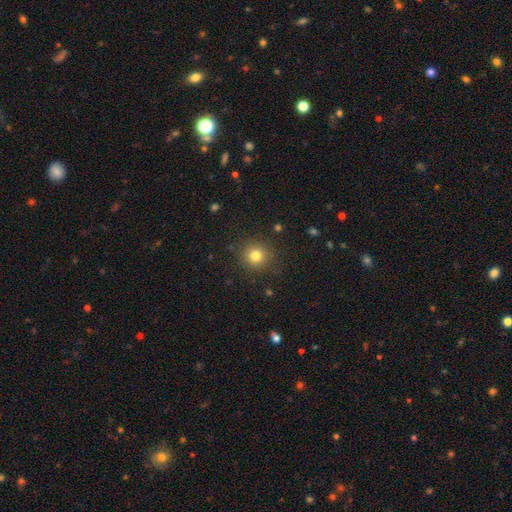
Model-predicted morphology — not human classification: smooth 80%, star or artifact 13%, featured or disk 7%. Down the decision tree: how rounded — round (93%); merging — none (88%).